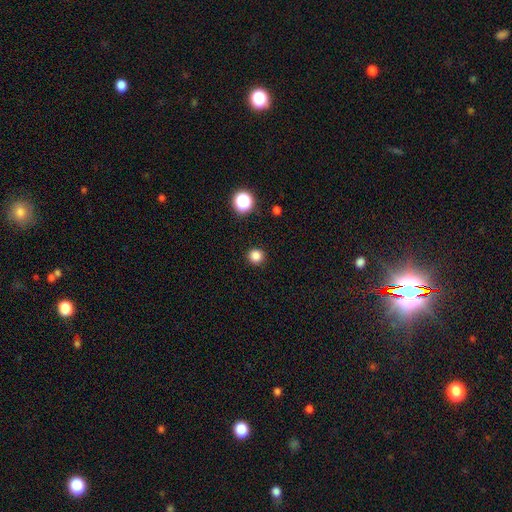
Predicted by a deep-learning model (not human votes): A smooth galaxy with no disk features (84%) that is round (93%).

Vote fractions:
- Smooth or featured? smooth: 84% / star or artifact: 13% / featured or disk: 3%
- How rounded? round: 93% / in between: 6% / cigar-shaped: 1%
- Merging? none: 92% / minor disturbance: 5% / major disturbance: 2% / merger: 1%